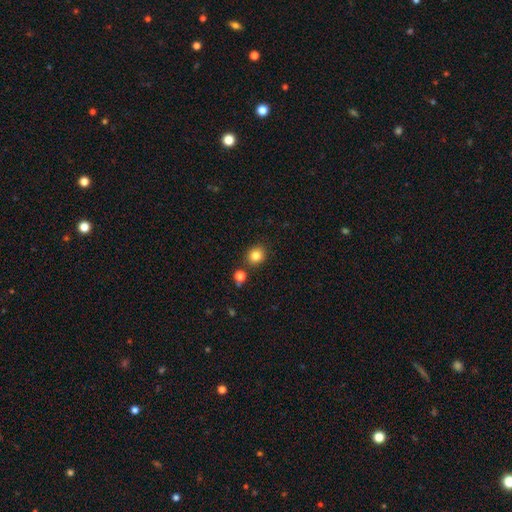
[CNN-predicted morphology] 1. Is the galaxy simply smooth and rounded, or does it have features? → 83% smooth, 12% star or artifact, 5% featured or disk.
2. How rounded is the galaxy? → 79% round, 20% in between, 1% cigar-shaped.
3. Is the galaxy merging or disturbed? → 84% none, 8% minor disturbance, 6% merger, 2% major disturbance.